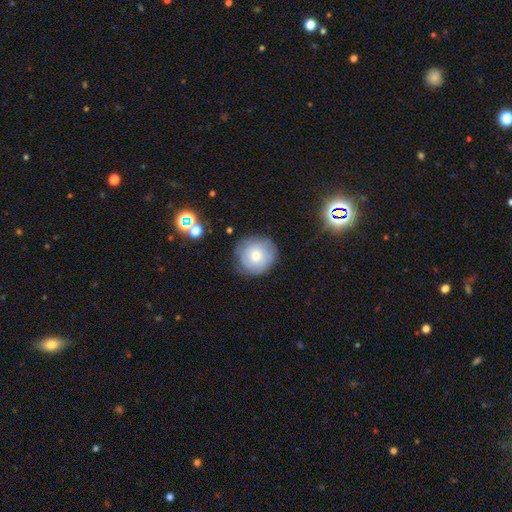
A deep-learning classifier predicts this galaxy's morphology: type=smooth (59%); roundness=round (91%); merging=none (75%).